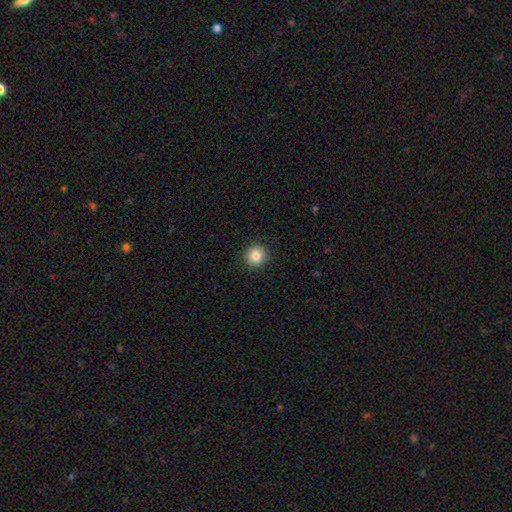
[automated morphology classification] A smooth galaxy with no disk features (85%) that is round (93%). Merging: none (92%).